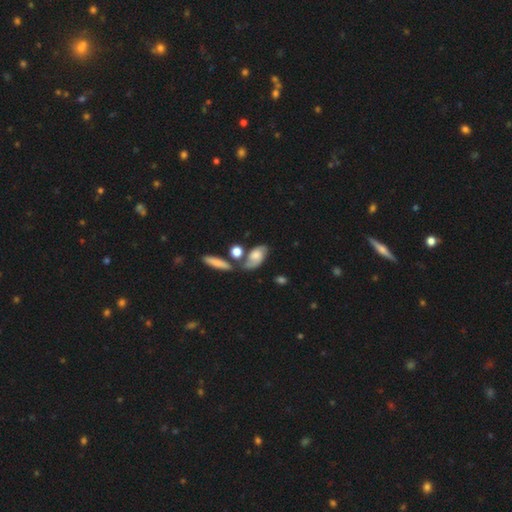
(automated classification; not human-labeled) This appears to be a featured or disk galaxy (53%). Merging: none (48%).